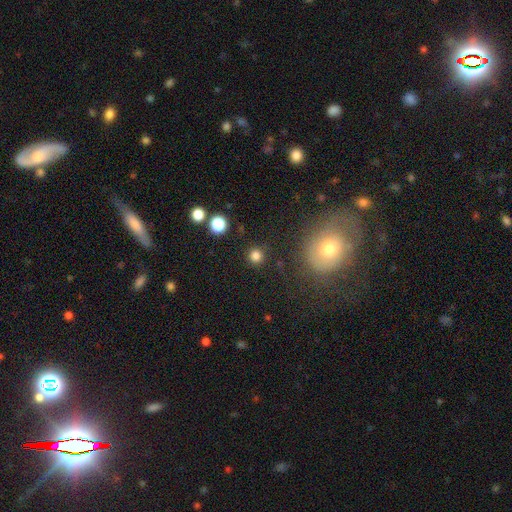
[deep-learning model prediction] This appears to be a smooth galaxy with no disk features (82%) that is round (94%). Merging: none (90%).